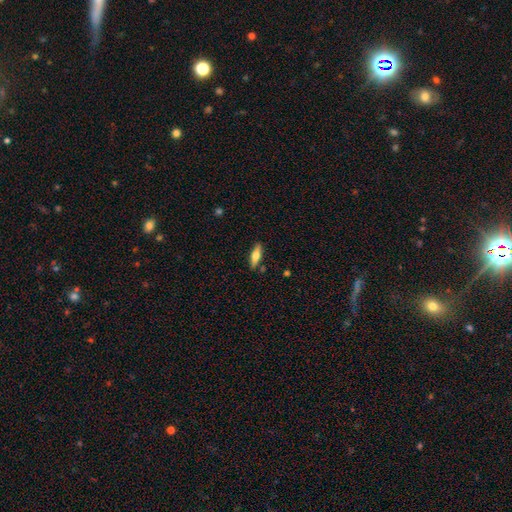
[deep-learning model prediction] A smooth galaxy with no disk features (66%) that is in between round and cigar-shaped (51%). Merging: none (84%).